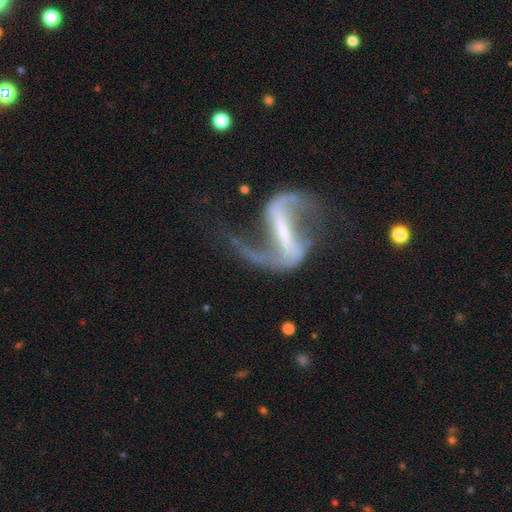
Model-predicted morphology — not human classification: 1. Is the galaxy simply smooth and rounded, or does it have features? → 92% featured or disk, 5% star or artifact, 3% smooth.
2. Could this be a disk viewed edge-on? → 96% no, 4% yes.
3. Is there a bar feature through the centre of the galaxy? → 73% strong, 20% weak, 6% no.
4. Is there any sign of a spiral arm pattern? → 97% yes, 3% no.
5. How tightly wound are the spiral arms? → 64% loose, 30% medium, 6% tight.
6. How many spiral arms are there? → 90% 2, 5% 1, 2% can't tell, 1% 3, 1% 4, 1% more than 4.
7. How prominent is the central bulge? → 67% small, 17% moderate, 12% none, 2% large, 1% dominant.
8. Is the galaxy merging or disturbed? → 65% none, 17% major disturbance, 15% minor disturbance, 3% merger.